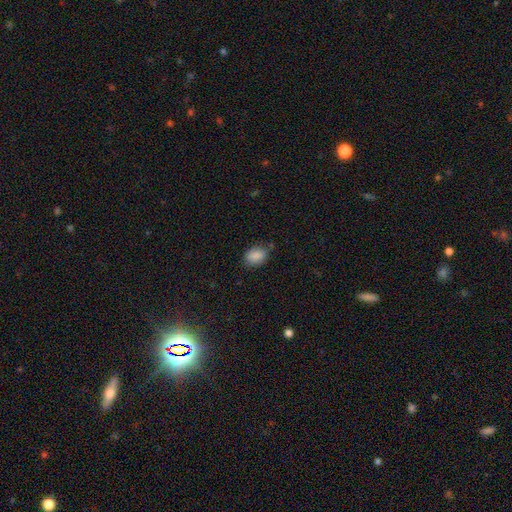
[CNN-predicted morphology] smooth 87%, star or artifact 8%, featured or disk 5%. Down the decision tree: how rounded — in between (71%); merging — none (77%).